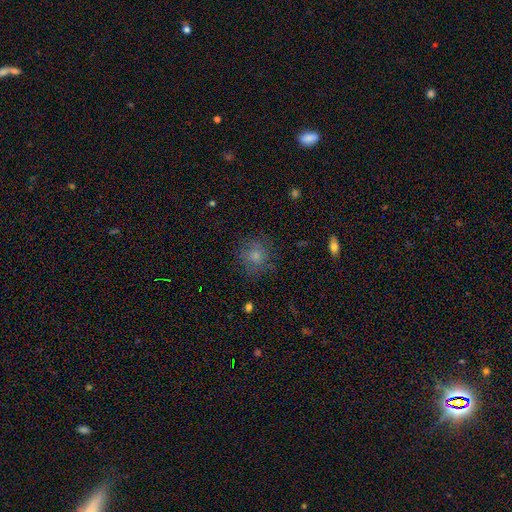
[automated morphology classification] Smooth or featured?
  - smooth: 72% *
  - featured or disk: 15%
  - star or artifact: 12%
How rounded?
  - round: 87% *
  - in between: 12%
  - cigar-shaped: 1%
Merging?
  - none: 75% *
  - minor disturbance: 16%
  - major disturbance: 8%
  - merger: 1%